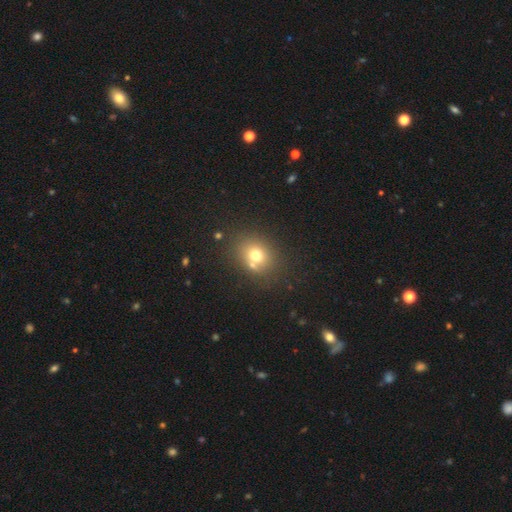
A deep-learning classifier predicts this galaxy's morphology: Overall: smooth (70%). How rounded: round (68%; in between 31%). Merging: none (66%).